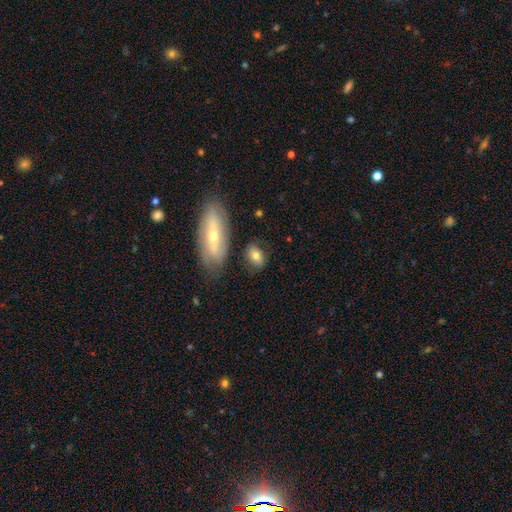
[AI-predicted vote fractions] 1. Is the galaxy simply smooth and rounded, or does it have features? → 72% smooth, 20% featured or disk, 8% star or artifact.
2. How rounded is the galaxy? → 78% in between, 17% round, 5% cigar-shaped.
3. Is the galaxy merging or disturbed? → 72% none, 16% minor disturbance, 7% merger, 5% major disturbance.